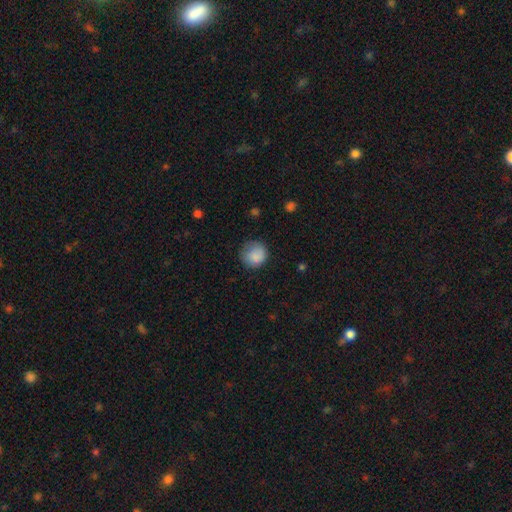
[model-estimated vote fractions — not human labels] Morphology: type=smooth (85%); roundness=round (88%); merging=none (69%).